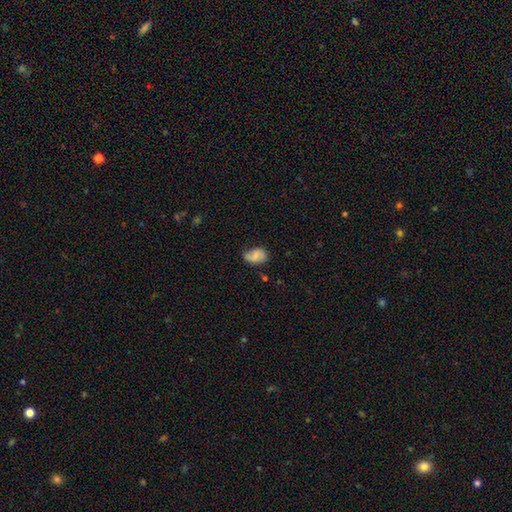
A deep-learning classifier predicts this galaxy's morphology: Smooth or featured?
  - smooth: 54% *
  - featured or disk: 37%
  - star or artifact: 9%
How rounded?
  - in between: 82% *
  - round: 16%
  - cigar-shaped: 1%
Merging?
  - none: 56% *
  - minor disturbance: 32%
  - major disturbance: 10%
  - merger: 3%